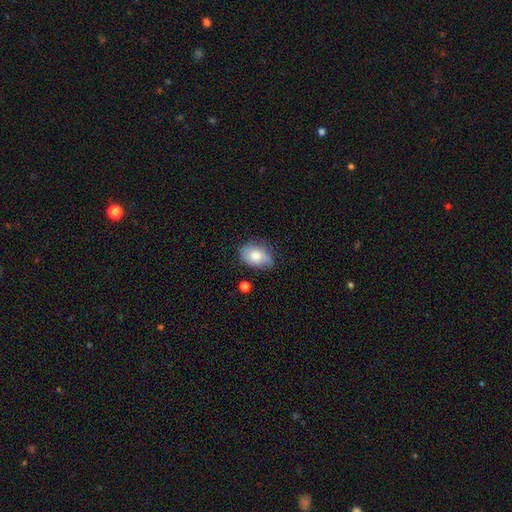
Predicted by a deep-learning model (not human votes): Smooth or featured?
  - smooth: 74% *
  - featured or disk: 18%
  - star or artifact: 8%
How rounded?
  - in between: 80% *
  - round: 18%
  - cigar-shaped: 1%
Merging?
  - none: 58% *
  - minor disturbance: 31%
  - major disturbance: 8%
  - merger: 3%